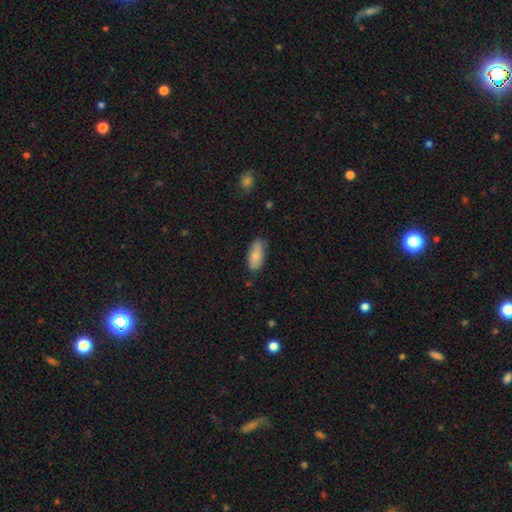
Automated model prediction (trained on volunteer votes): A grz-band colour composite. It shows a smooth galaxy with no disk features (79%) that is in between round and cigar-shaped (84%). Merging: none (75%).